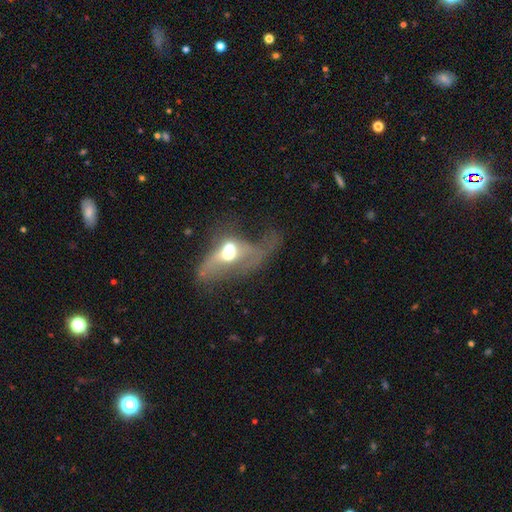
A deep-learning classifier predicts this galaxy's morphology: The model was most divided on "spiral arms": yes: 56%, no: 44%. Remaining: edge-on disk — no (78%); smooth or featured — featured or disk (68%); bar — no (63%); bulge size — moderate (60%); merging — major disturbance (46%).